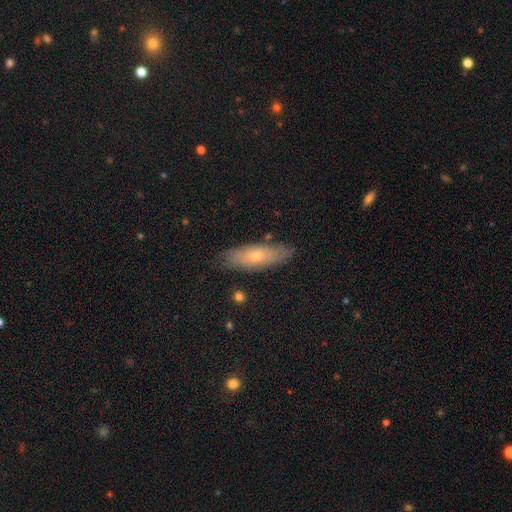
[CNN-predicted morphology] Smooth or featured?
  - smooth: 57% *
  - featured or disk: 35%
  - star or artifact: 8%
How rounded?
  - in between: 52% *
  - cigar-shaped: 45%
  - round: 3%
Merging?
  - none: 84% *
  - minor disturbance: 13%
  - major disturbance: 2%
  - merger: 1%